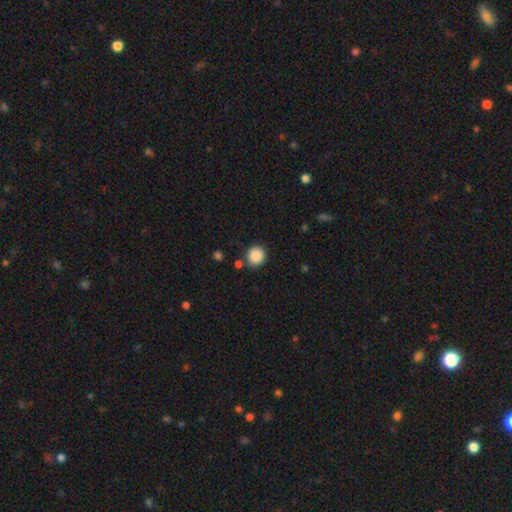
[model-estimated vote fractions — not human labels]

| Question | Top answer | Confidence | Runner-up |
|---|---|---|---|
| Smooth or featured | smooth | 88% | star or artifact (9%) |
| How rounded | round | 87% | in between (12%) |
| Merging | none | 83% | minor disturbance (9%) |